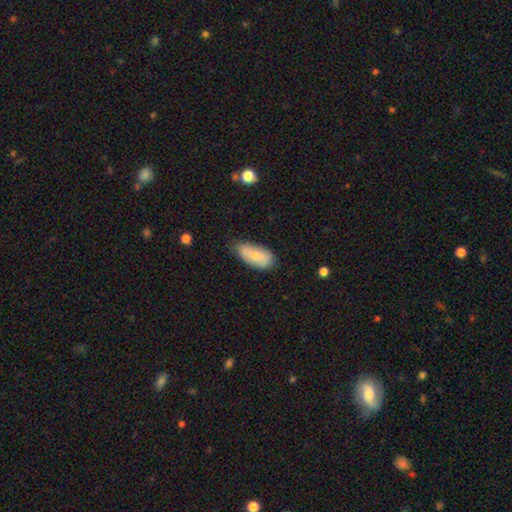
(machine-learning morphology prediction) This is likely a smooth galaxy (74%). How rounded: clearly in between (91%). Merging: possibly none (56%).